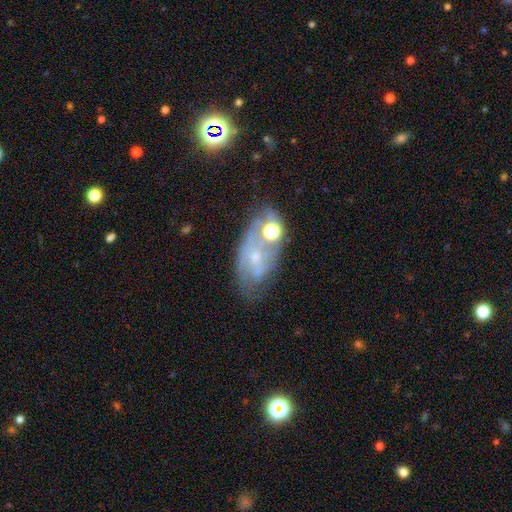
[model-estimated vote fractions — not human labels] A featured or disk galaxy (61%) with no bar (63%), spiral arms (63%) and a small central bulge (63%).

Vote fractions:
- Smooth or featured? featured or disk: 61% / smooth: 24% / star or artifact: 14%
- Edge-on disk? no: 93% / yes: 7%
- Bar? no: 63% / weak: 29% / strong: 8%
- Spiral arms? yes: 63% / no: 37%
- Bulge size? small: 63% / moderate: 25% / none: 9% / large: 2% / dominant: 1%
- Merging? none: 47% / minor disturbance: 23% / merger: 15% / major disturbance: 15%